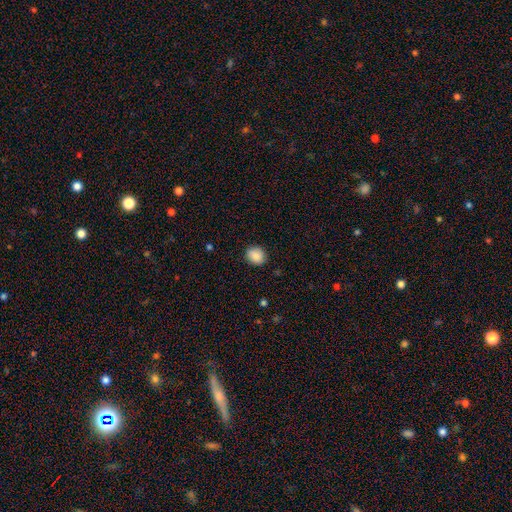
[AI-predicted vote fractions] This is clearly a smooth galaxy (89%). How rounded: likely round (61%). Merging: clearly none (88%).